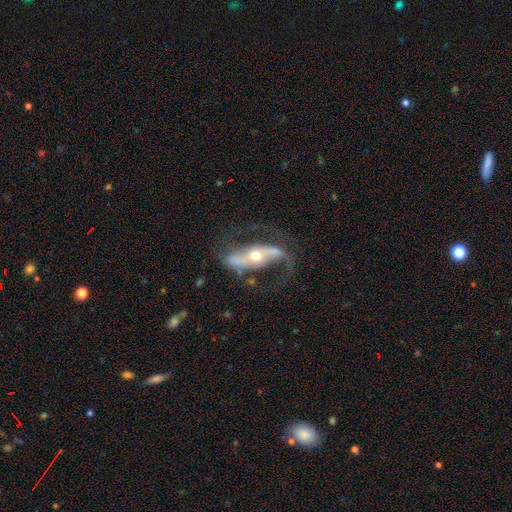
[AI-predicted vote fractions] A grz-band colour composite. It shows a featured or disk galaxy (87%) with a strong bar (55%), 2 (88%) loose (52%) spiral arms (93%) and a moderate central bulge (57%). Merging: none (63%).